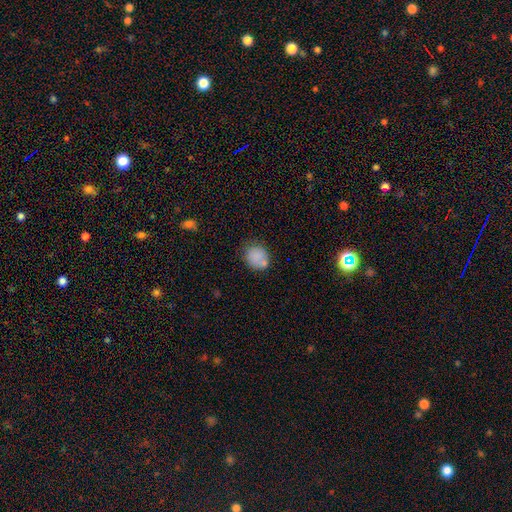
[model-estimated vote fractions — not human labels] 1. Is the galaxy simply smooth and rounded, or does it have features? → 82% smooth, 9% star or artifact, 9% featured or disk.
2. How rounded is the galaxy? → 73% round, 26% in between, 1% cigar-shaped.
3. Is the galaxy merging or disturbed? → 64% none, 18% minor disturbance, 12% merger, 6% major disturbance.